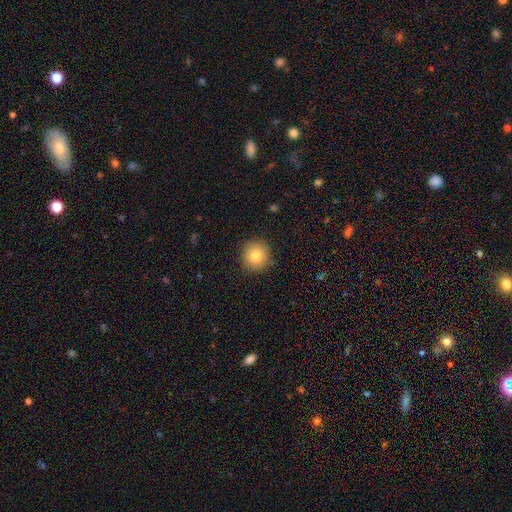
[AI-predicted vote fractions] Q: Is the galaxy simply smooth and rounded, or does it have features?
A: smooth — 82%.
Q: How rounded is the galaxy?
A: round — 93%.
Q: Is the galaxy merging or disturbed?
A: none — 88%.